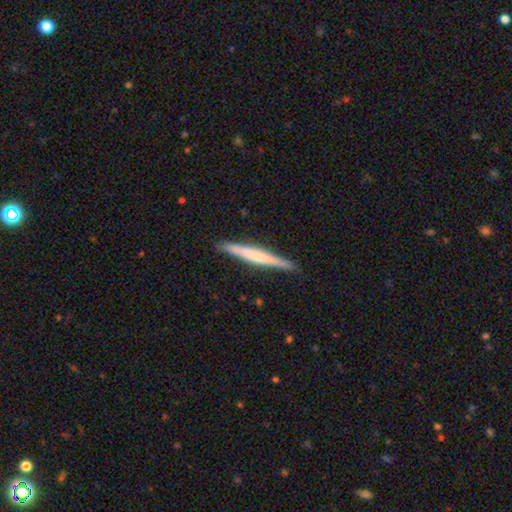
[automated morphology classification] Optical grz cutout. It shows a featured or disk galaxy (51%) viewed edge-on (97%). Merging: none (90%).